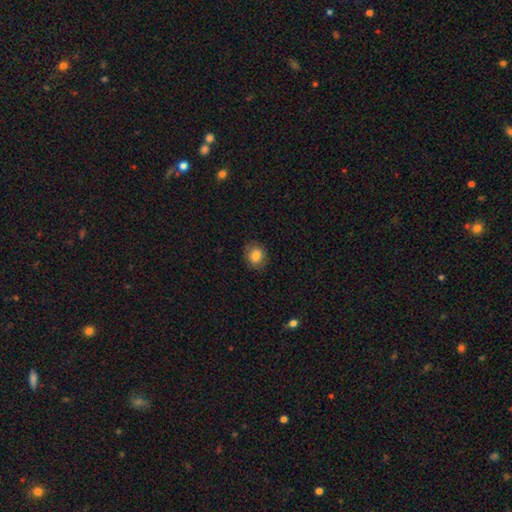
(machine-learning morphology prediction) Q: Smooth or featured?
A: smooth (84%); runner-up: star or artifact (9%)
Q: How rounded?
A: round (67%); runner-up: in between (32%)
Q: Merging?
A: none (86%); runner-up: minor disturbance (10%)